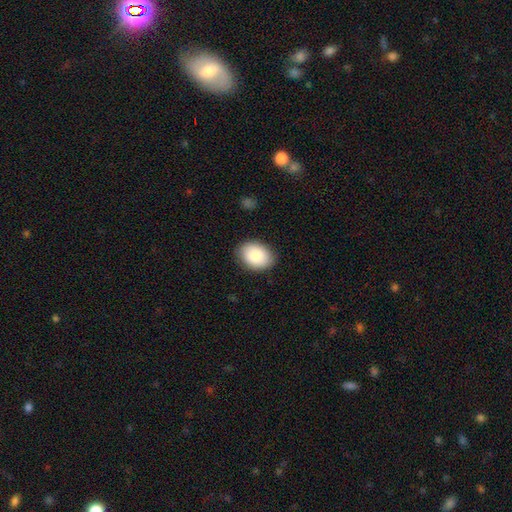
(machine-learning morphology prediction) type=smooth (87%); roundness=in between (76%); merging=none (86%).